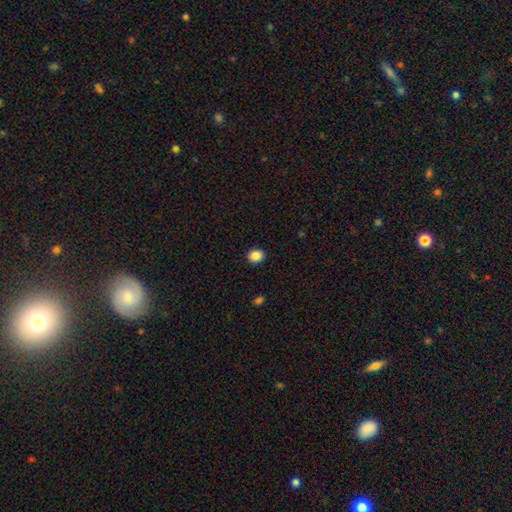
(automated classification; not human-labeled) Morphology: type=smooth (88%); roundness=round (64%); merging=none (91%).